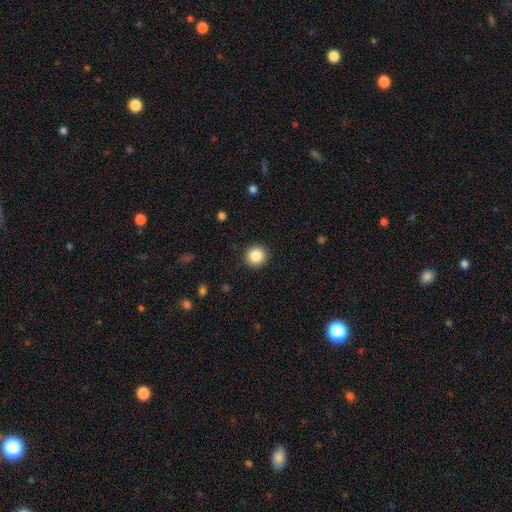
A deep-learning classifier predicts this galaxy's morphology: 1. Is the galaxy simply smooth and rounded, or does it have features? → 87% smooth, 9% star or artifact, 4% featured or disk.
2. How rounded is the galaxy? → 93% round, 6% in between, 1% cigar-shaped.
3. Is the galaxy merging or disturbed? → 91% none, 6% minor disturbance, 2% major disturbance, 1% merger.